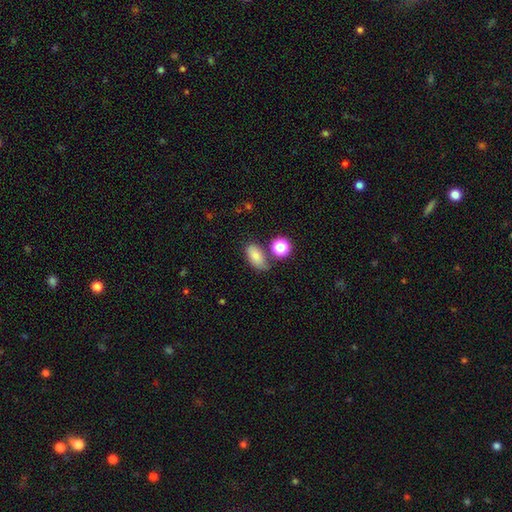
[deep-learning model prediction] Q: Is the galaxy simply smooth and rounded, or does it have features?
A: smooth — 76%.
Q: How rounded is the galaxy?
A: in between — 86%.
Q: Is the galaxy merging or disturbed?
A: none — 64%.